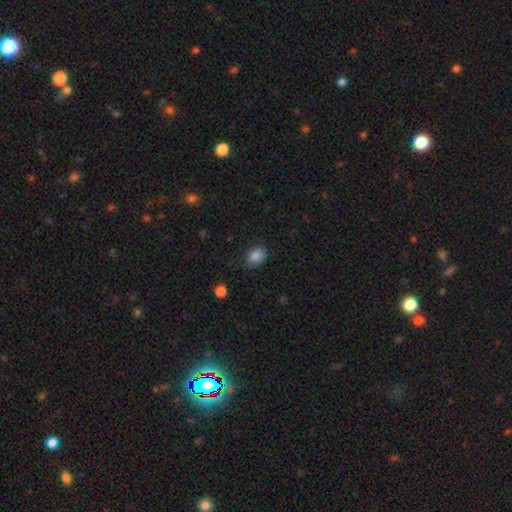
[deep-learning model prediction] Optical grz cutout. It shows a smooth galaxy with no disk features (86%) that is in between round and cigar-shaped (62%). Merging: none (82%).